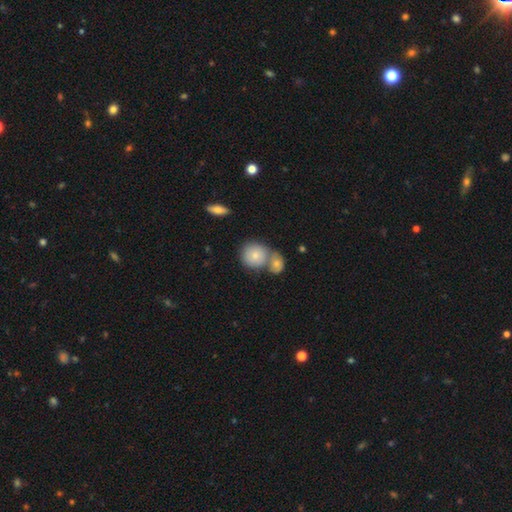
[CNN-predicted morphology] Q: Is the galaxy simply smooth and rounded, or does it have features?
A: smooth — 77%.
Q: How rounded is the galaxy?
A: round — 83%.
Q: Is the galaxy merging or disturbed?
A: merger — 47%.